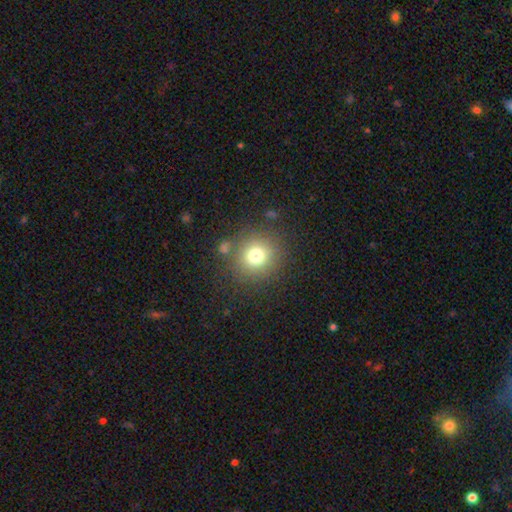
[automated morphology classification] A smooth galaxy with no disk features (75%) that is round (91%). Merging: none (82%).